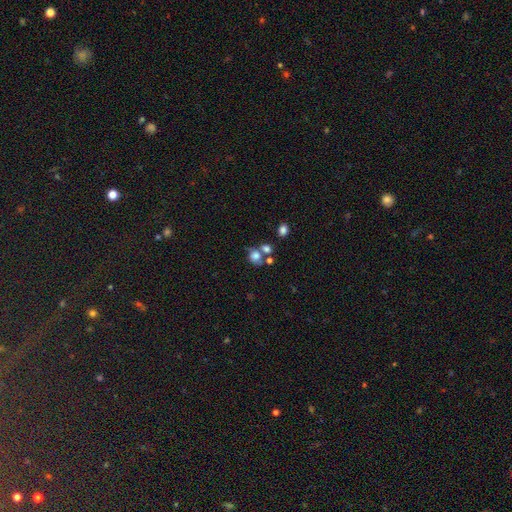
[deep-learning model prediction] smooth 72%, featured or disk 15%, star or artifact 13%. Down the decision tree: how rounded — round (67%); merging — none (42%).